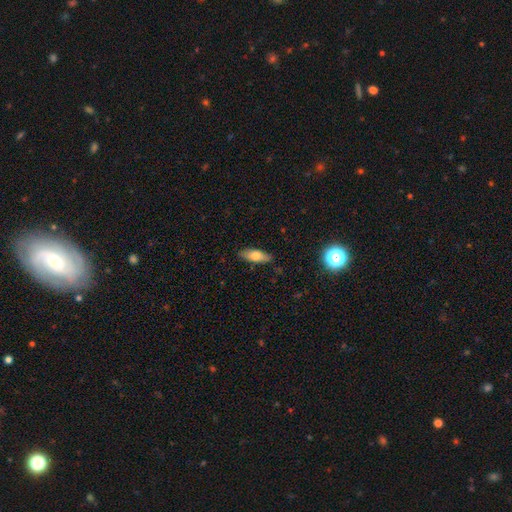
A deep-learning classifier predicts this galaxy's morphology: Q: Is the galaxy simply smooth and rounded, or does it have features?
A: smooth — 72%.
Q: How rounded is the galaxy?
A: in between — 63%.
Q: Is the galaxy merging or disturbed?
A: none — 84%.